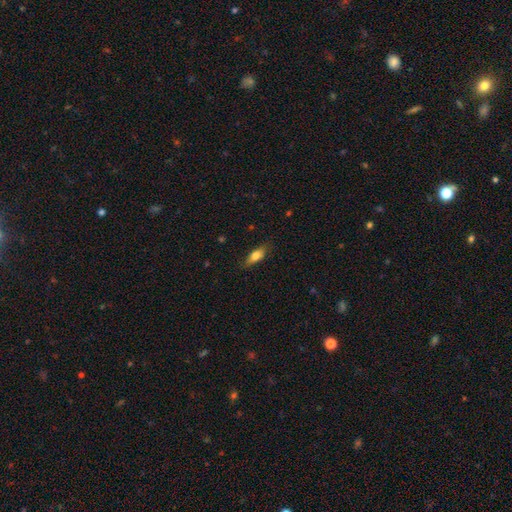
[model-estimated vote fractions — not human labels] A smooth galaxy with no disk features (71%) that is in between round and cigar-shaped (65%).

Vote fractions:
- Smooth or featured? smooth: 71% / featured or disk: 22% / star or artifact: 7%
- How rounded? in between: 65% / cigar-shaped: 31% / round: 3%
- Merging? none: 81% / minor disturbance: 15% / major disturbance: 3% / merger: 1%